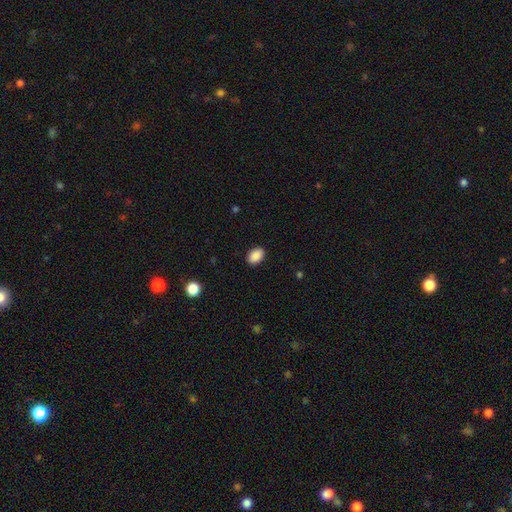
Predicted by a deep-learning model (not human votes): Smooth or featured: smooth — 89% (star or artifact — 8%)
How rounded: in between — 84% (round — 15%)
Merging: none — 89% (minor disturbance — 8%)